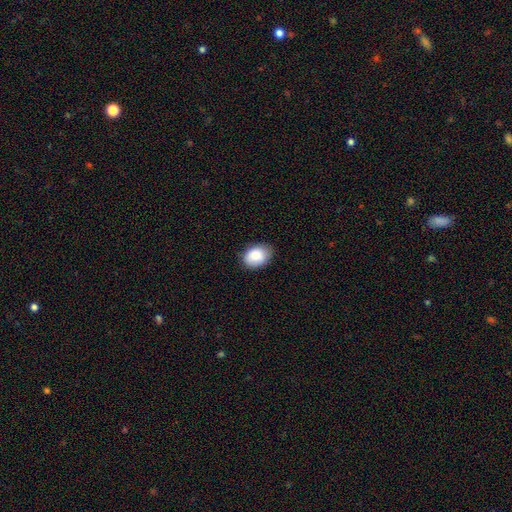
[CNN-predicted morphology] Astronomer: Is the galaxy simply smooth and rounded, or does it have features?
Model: smooth — 88%.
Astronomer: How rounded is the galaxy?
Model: in between — 75%.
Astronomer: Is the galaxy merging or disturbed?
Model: none — 79%.